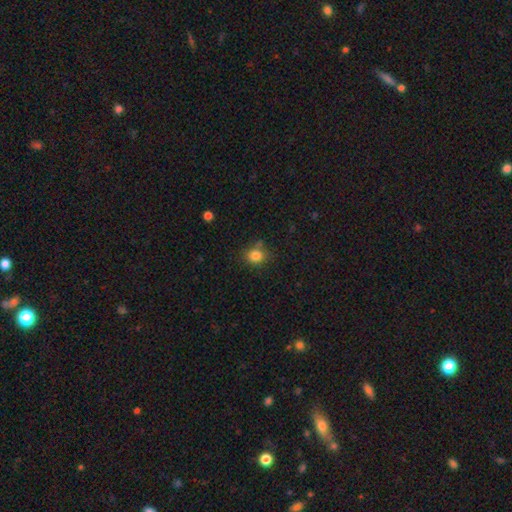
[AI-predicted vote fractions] Q: Smooth or featured?
A: smooth (82%); runner-up: star or artifact (12%)
Q: How rounded?
A: round (76%); runner-up: in between (23%)
Q: Merging?
A: none (74%); runner-up: minor disturbance (15%)